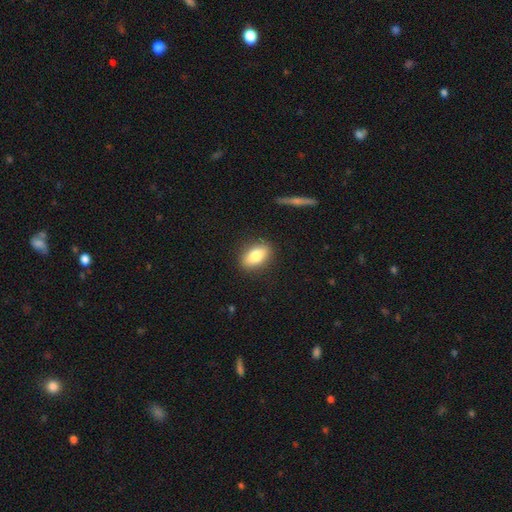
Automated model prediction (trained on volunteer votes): This appears to be a smooth galaxy with no disk features (79%) that is in between round and cigar-shaped (85%). Merging: none (87%).